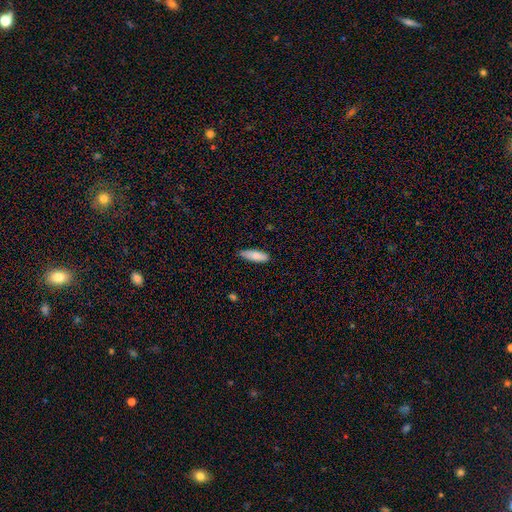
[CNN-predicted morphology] smooth 84%, featured or disk 10%, star or artifact 6%. Down the decision tree: how rounded — in between (56%); merging — none (76%).